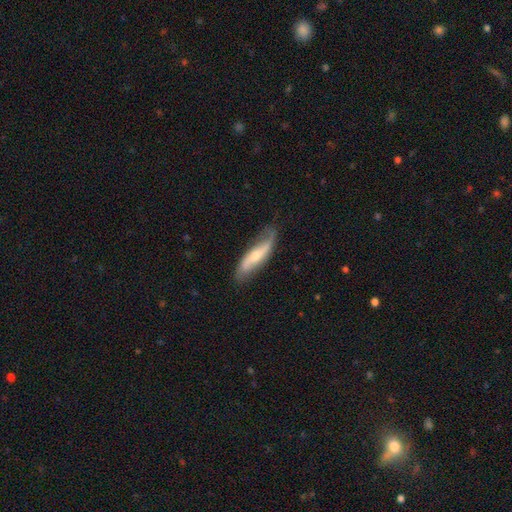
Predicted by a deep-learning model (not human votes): A featured or disk galaxy (66%).

Vote fractions:
- Smooth or featured? featured or disk: 66% / smooth: 29% / star or artifact: 5%
- Edge-on disk? no: 72% / yes: 28%
- Merging? none: 68% / minor disturbance: 24% / major disturbance: 7% / merger: 2%